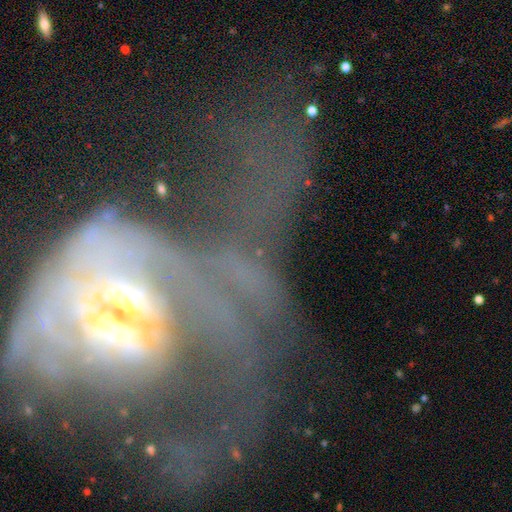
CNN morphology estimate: Overall: featured or disk (67%). Edge-on disk: no (90%). Bar: no (56%; weak 24%). Spiral arms: yes (56%; no 44%). Bulge size: small (38%; moderate 37%). Merging: major disturbance (46%; merger 23%).